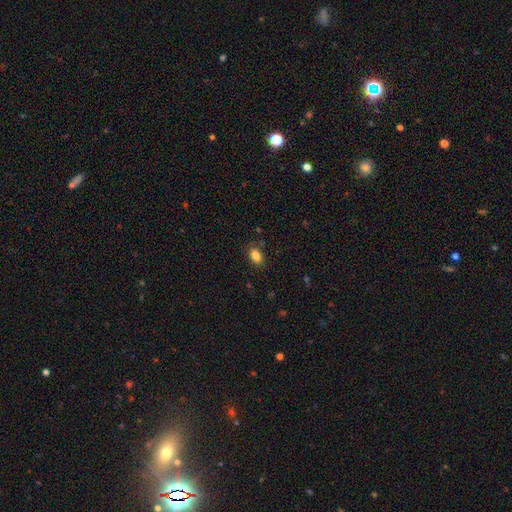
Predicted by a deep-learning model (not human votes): Smooth or featured? Predicted: smooth (p=0.85). How rounded? Predicted: in between (p=0.84). Merging? Predicted: none (p=0.82).